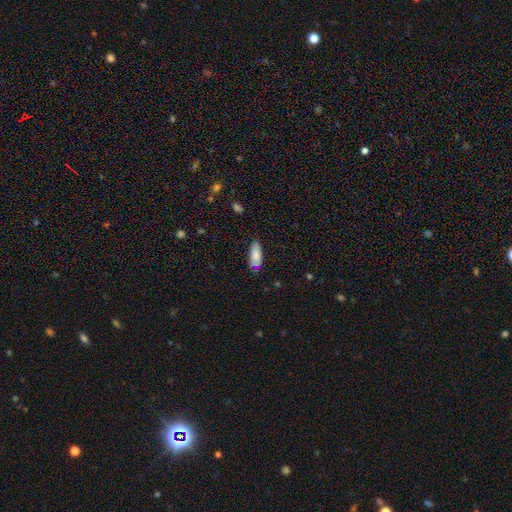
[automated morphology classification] smooth_or_featured: smooth (p=0.80) [alt: featured or disk p=0.14]
how_rounded: in between (p=0.77) [alt: cigar-shaped p=0.22]
merging: none (p=0.76) [alt: minor disturbance p=0.20]